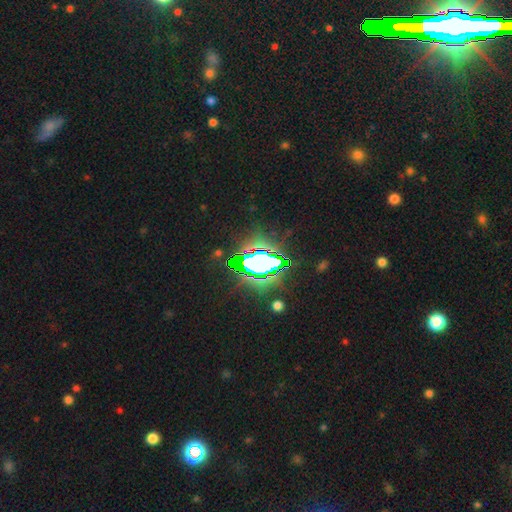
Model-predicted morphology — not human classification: Q: Smooth or featured?
A: star or artifact (76%); runner-up: smooth (13%)